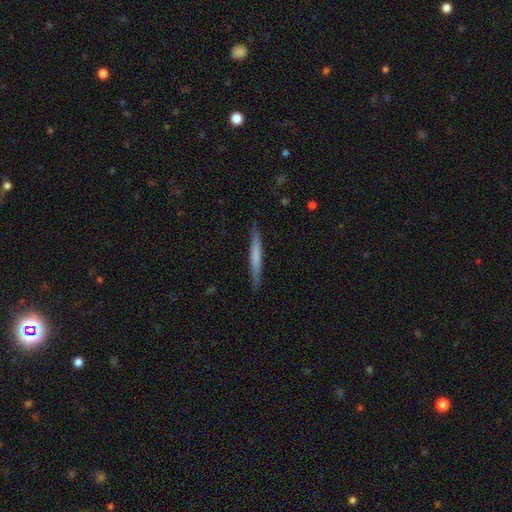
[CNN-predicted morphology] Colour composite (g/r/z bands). It shows a smooth galaxy with no disk features (60%) that is cigar-shaped (96%). Merging: none (89%).